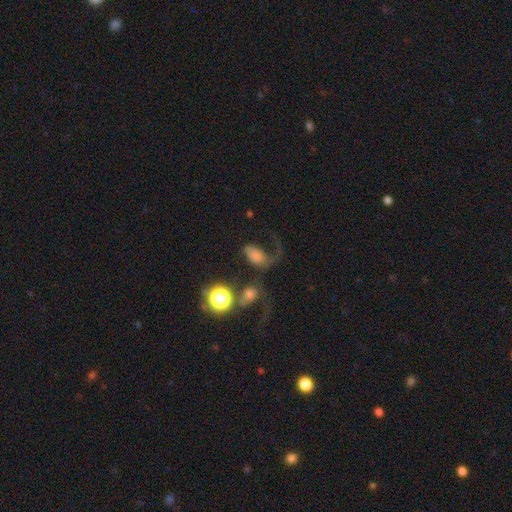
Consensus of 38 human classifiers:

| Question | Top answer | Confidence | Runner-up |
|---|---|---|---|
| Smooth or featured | featured or disk | 71% | smooth (21%) |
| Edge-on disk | no | 96% | yes (4%) |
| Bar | no | 81% | weak (15%) |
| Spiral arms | yes | 85% | no (15%) |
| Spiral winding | loose | 82% | medium (18%) |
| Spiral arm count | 1 | 77% | 2 (18%) |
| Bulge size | small | 35% | moderate (31%) |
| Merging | none | 40% | merger (34%) |